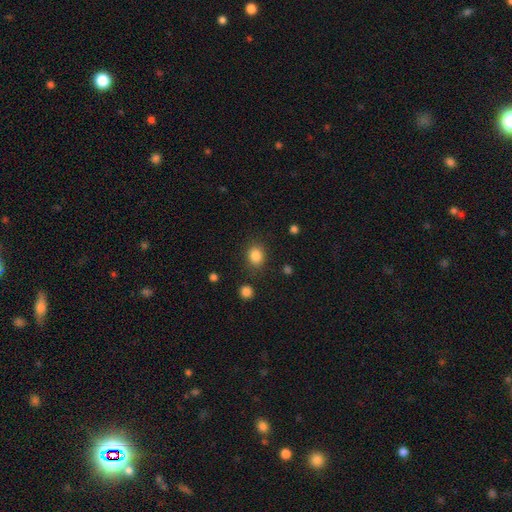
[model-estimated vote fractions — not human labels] smooth_or_featured: smooth (p=0.85) [alt: star or artifact p=0.11]
how_rounded: round (p=0.66) [alt: in between p=0.33]
merging: none (p=0.82) [alt: minor disturbance p=0.11]